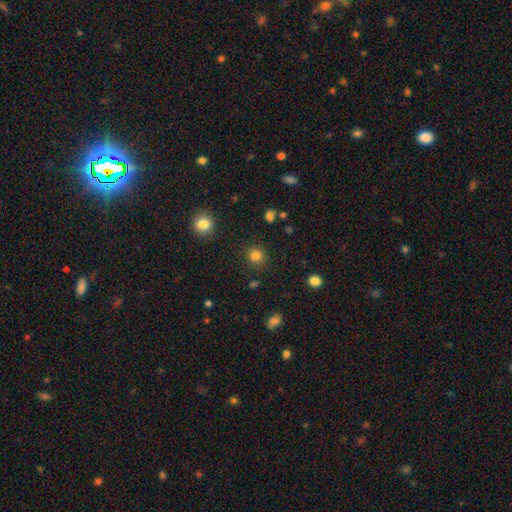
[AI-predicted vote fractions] This appears to be a smooth galaxy with no disk features (82%) that is round (90%). Merging: none (89%).